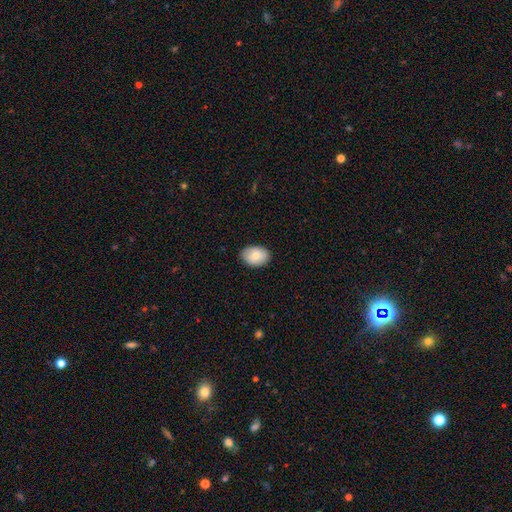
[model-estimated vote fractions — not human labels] Smooth or featured? Predicted: smooth (p=0.82). How rounded? Predicted: in between (p=0.80). Merging? Predicted: none (p=0.85).